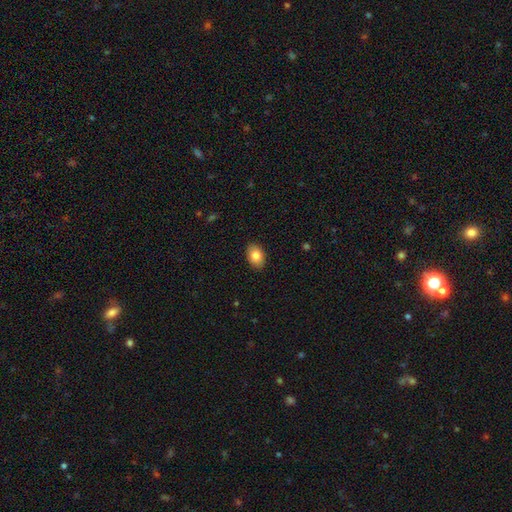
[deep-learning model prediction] Smooth or featured? smooth (84%)
How rounded? in between (84%)
Merging? none (89%)